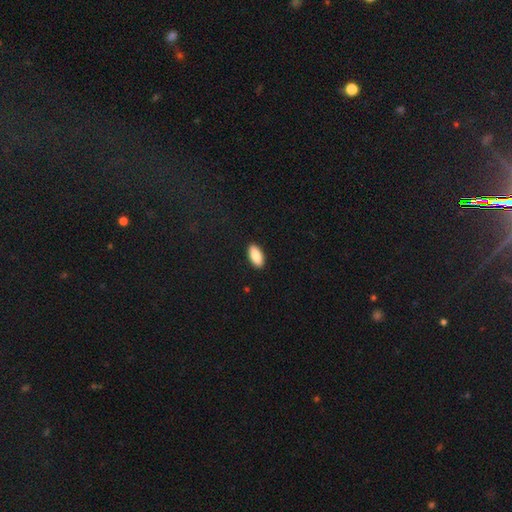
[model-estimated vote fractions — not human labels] A smooth galaxy with no disk features (88%) that is in between round and cigar-shaped (92%).

Vote fractions:
- Smooth or featured? smooth: 88% / star or artifact: 6% / featured or disk: 6%
- How rounded? in between: 92% / cigar-shaped: 6% / round: 2%
- Merging? none: 90% / minor disturbance: 7% / major disturbance: 2% / merger: 1%